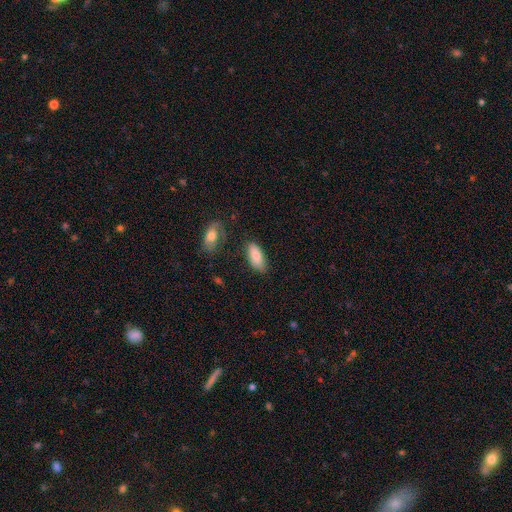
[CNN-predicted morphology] smooth-or-featured: smooth: 83% | featured or disk: 11% | star or artifact: 6%
  how-rounded: in between: 83% | cigar-shaped: 15% | round: 2%
  merging: none: 75% | minor disturbance: 17% | merger: 4% | major disturbance: 4%